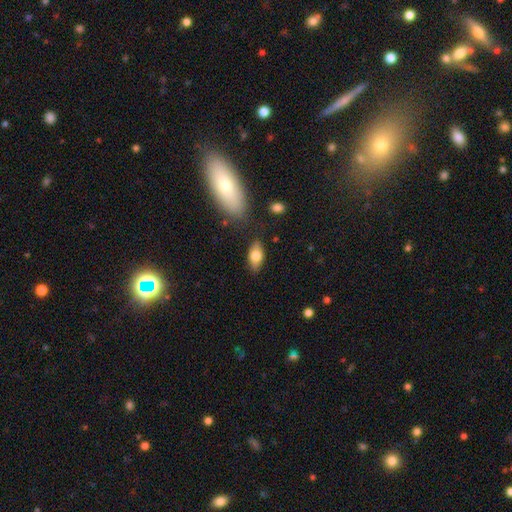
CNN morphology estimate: This is likely a smooth galaxy (75%). How rounded: clearly in between (89%). Merging: likely none (79%).